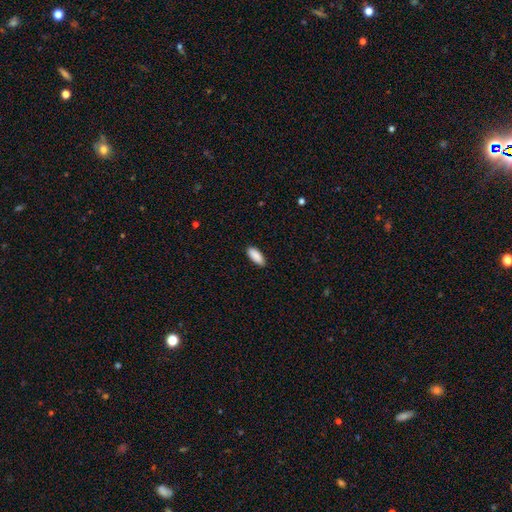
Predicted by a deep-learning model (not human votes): Smooth or featured? smooth (90%)
How rounded? in between (81%)
Merging? none (88%)